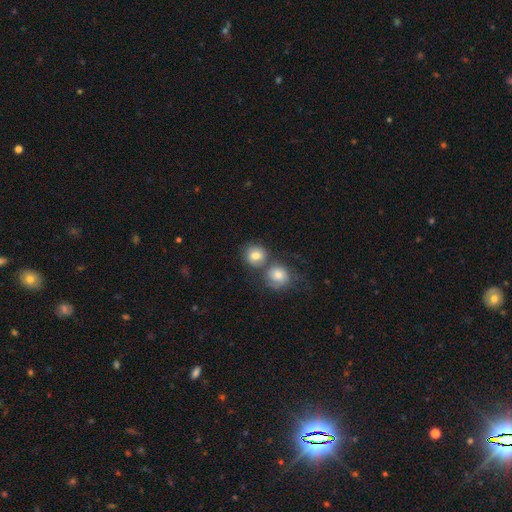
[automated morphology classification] smooth 71%, featured or disk 20%, star or artifact 9%. Down the decision tree: how rounded — round (79%); merging — none (45%).